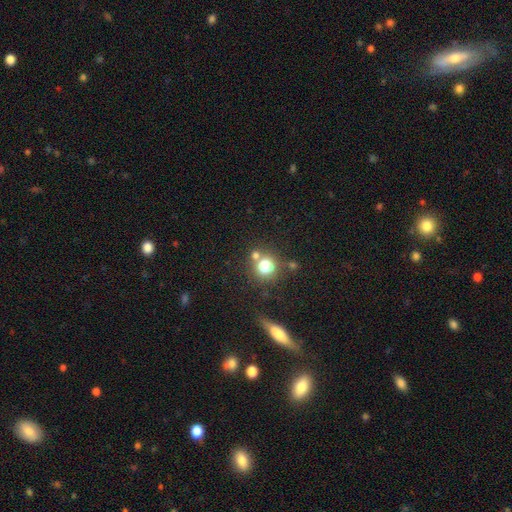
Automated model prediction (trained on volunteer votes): Smooth or featured: smooth — 53% (star or artifact — 34%)
How rounded: round — 88% (in between — 9%)
Merging: none — 75% (merger — 13%)